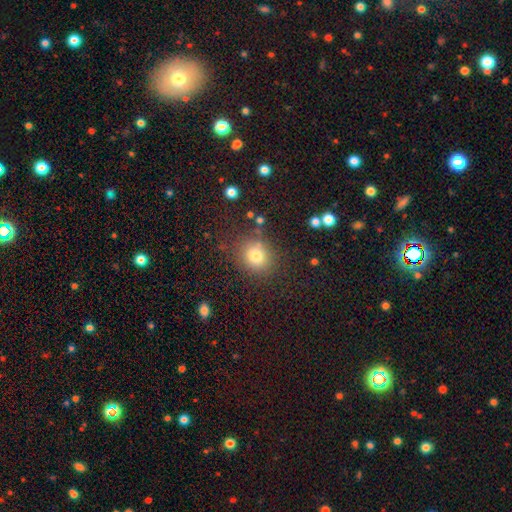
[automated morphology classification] This is likely a smooth galaxy (78%). How rounded: likely round (77%). Merging: likely none (80%).